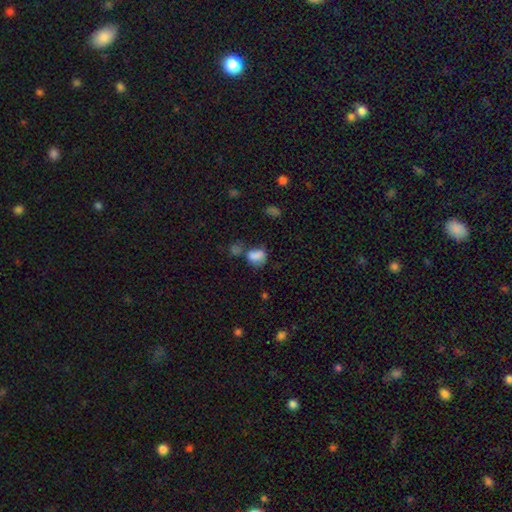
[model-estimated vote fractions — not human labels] Morphology: type=smooth (78%); roundness=in between (65%); merging=none (37%).